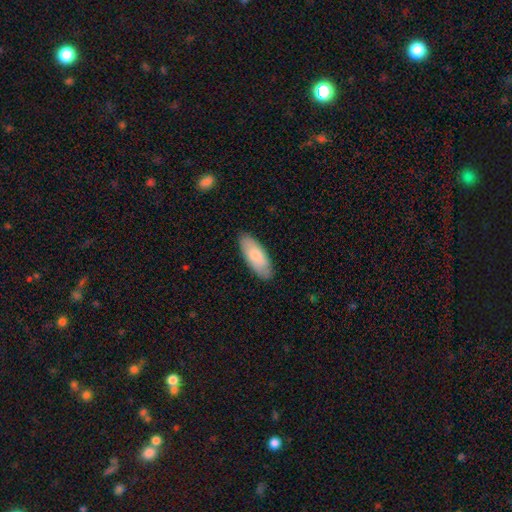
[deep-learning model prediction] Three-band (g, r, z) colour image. It shows a smooth galaxy with no disk features (79%) that is in between round and cigar-shaped (79%). Merging: none (87%).